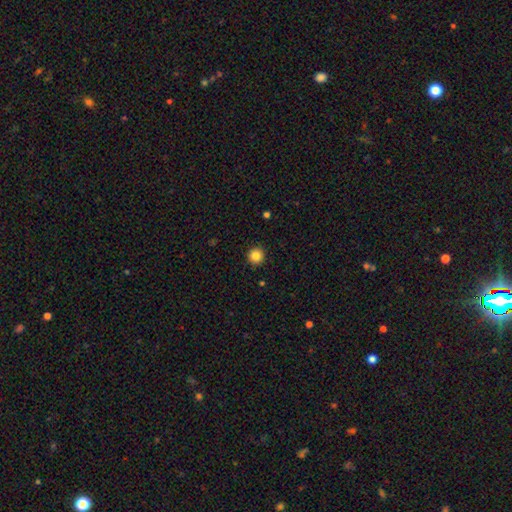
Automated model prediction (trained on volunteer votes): This appears to be a smooth galaxy with no disk features (85%) that is round (95%). Merging: none (93%).